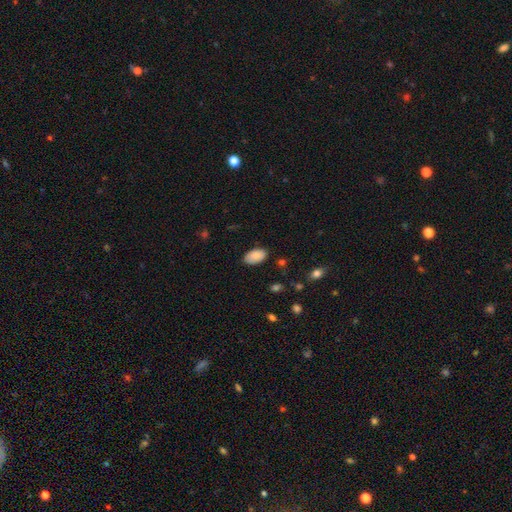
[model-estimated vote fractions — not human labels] smooth_or_featured: smooth (p=0.86) [alt: featured or disk p=0.08]
how_rounded: in between (p=0.94) [alt: round p=0.04]
merging: none (p=0.82) [alt: minor disturbance p=0.14]